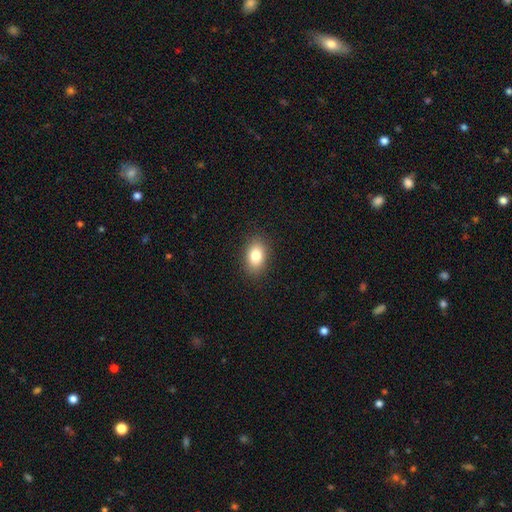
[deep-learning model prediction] Smooth or featured?
  - smooth: 83% *
  - star or artifact: 9%
  - featured or disk: 8%
How rounded?
  - in between: 83% *
  - round: 15%
  - cigar-shaped: 2%
Merging?
  - none: 88% *
  - minor disturbance: 8%
  - major disturbance: 2%
  - merger: 1%